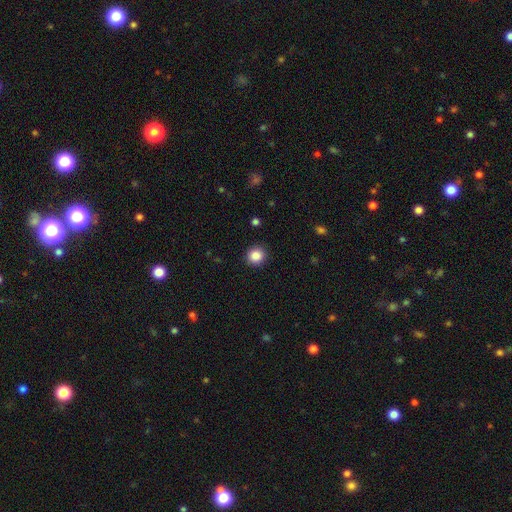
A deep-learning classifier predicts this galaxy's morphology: This is clearly a smooth galaxy (87%). How rounded: clearly round (89%). Merging: clearly none (91%).